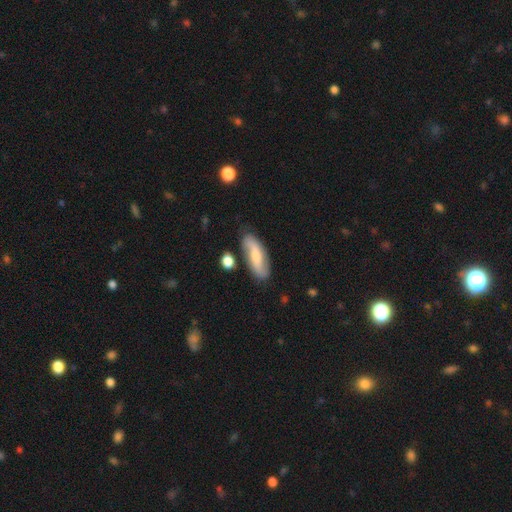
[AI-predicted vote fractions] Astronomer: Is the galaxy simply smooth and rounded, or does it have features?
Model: featured or disk — 55% (runner-up: smooth, 39%).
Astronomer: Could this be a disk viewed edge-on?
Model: no — 86%.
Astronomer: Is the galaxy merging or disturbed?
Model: none — 79%.